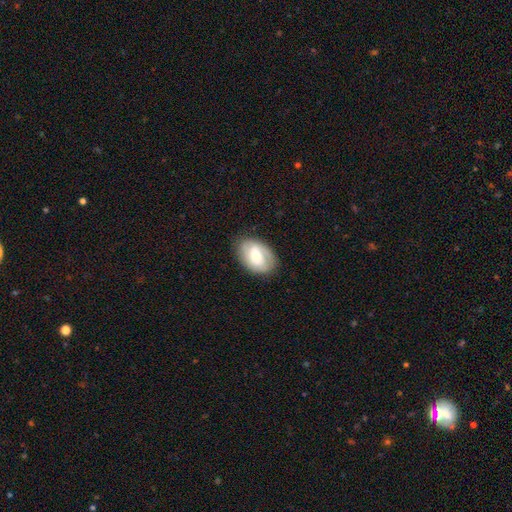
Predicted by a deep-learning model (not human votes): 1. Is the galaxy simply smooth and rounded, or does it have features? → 50% featured or disk, 44% smooth, 6% star or artifact.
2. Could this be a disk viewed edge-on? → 95% no, 5% yes.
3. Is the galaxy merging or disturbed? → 79% none, 15% minor disturbance, 4% major disturbance, 1% merger.